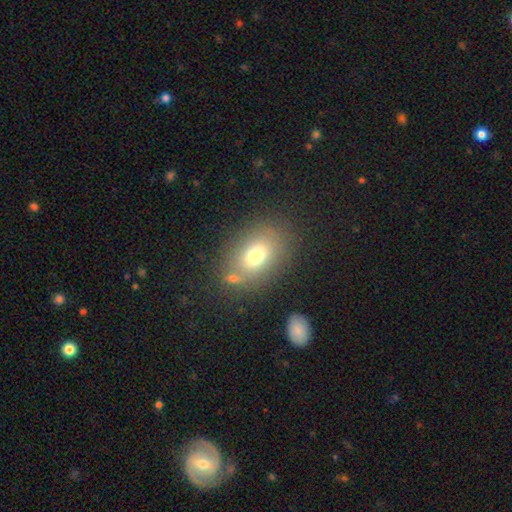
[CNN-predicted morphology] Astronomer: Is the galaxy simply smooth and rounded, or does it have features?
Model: smooth — 73%.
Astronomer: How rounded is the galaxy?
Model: in between — 76%.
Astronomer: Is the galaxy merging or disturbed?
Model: none — 70%.